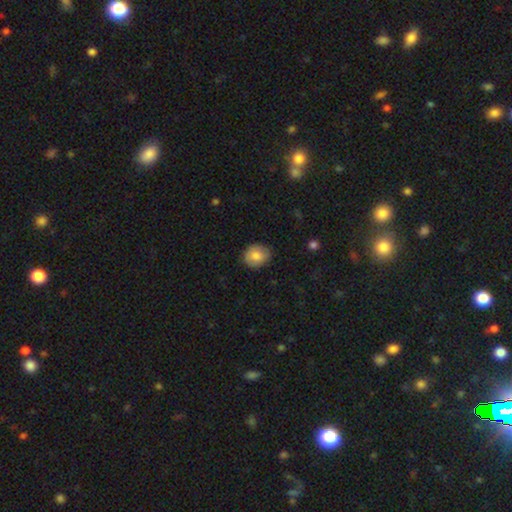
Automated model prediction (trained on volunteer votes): A smooth galaxy with no disk features (79%) that is round (59%).

Vote fractions:
- Smooth or featured? smooth: 79% / featured or disk: 14% / star or artifact: 7%
- How rounded? round: 59% / in between: 40% / cigar-shaped: 1%
- Merging? none: 82% / minor disturbance: 14% / major disturbance: 3% / merger: 1%